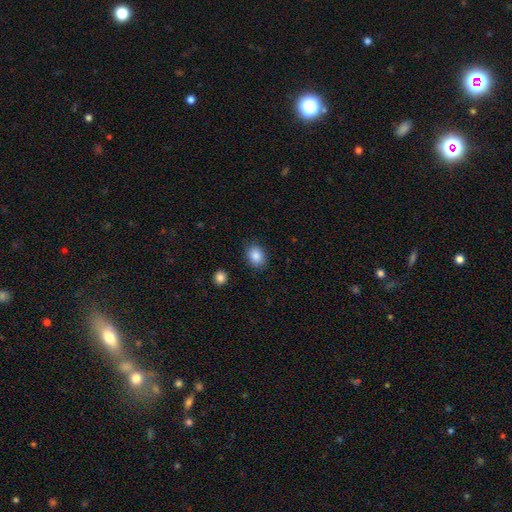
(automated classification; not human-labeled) smooth 87%, star or artifact 8%, featured or disk 5%. Down the decision tree: how rounded — in between (59%); merging — none (84%).